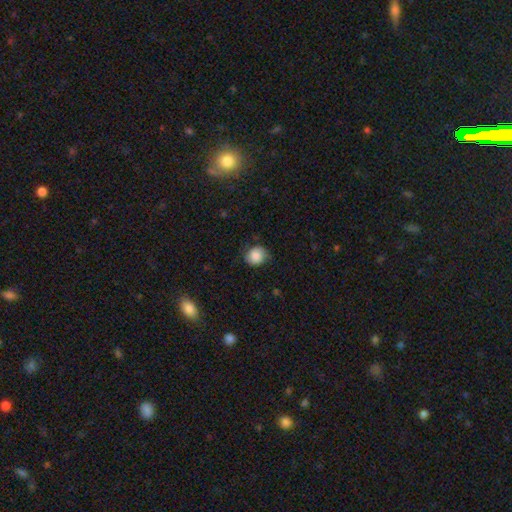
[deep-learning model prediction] smooth-or-featured: smooth: 82% | featured or disk: 10% | star or artifact: 8%
  how-rounded: round: 78% | in between: 21% | cigar-shaped: 1%
  merging: none: 73% | minor disturbance: 21% | major disturbance: 5% | merger: 1%